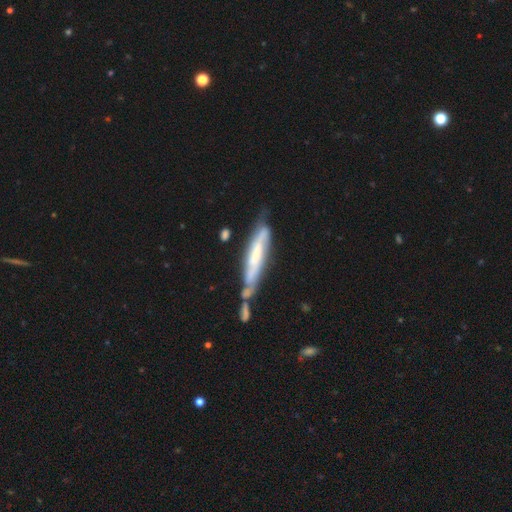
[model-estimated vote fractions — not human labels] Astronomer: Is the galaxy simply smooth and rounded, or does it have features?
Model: featured or disk — 59% (runner-up: smooth, 35%).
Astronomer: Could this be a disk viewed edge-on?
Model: yes — 58% (runner-up: no, 42%).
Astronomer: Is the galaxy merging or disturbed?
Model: none — 42% (runner-up: minor disturbance, 26%).